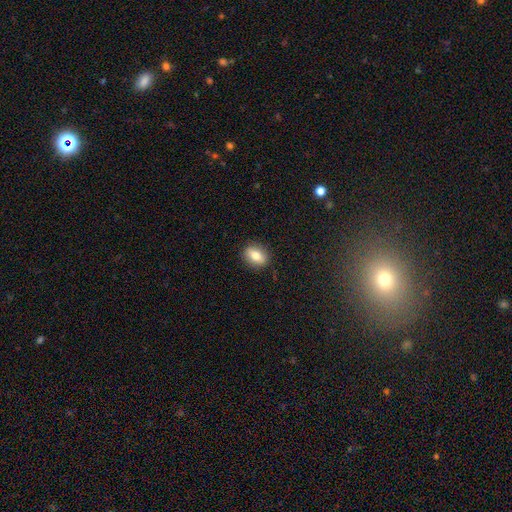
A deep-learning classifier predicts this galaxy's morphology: This appears to be a smooth galaxy with no disk features (76%) that is in between round and cigar-shaped (68%). Merging: none (88%).